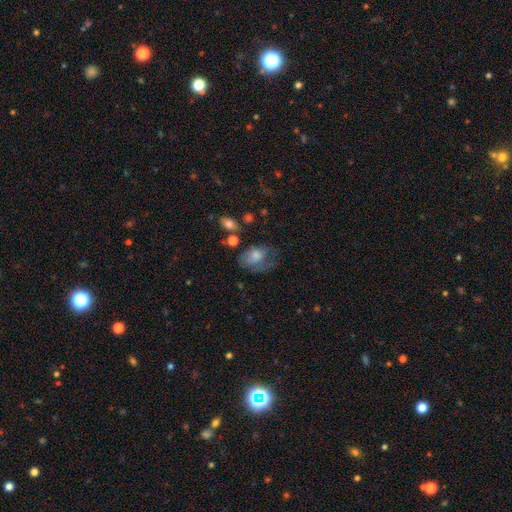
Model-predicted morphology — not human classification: Smooth or featured?
  - smooth: 52% *
  - featured or disk: 36%
  - star or artifact: 12%
How rounded?
  - in between: 76% *
  - round: 22%
  - cigar-shaped: 2%
Merging?
  - none: 40% *
  - major disturbance: 28%
  - minor disturbance: 27%
  - merger: 5%